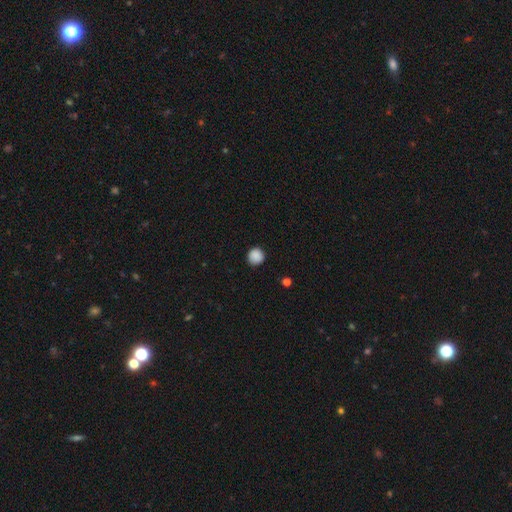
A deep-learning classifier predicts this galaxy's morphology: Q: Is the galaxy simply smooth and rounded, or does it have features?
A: smooth — 88%.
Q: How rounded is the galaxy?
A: round — 94%.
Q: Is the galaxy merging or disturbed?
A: none — 90%.